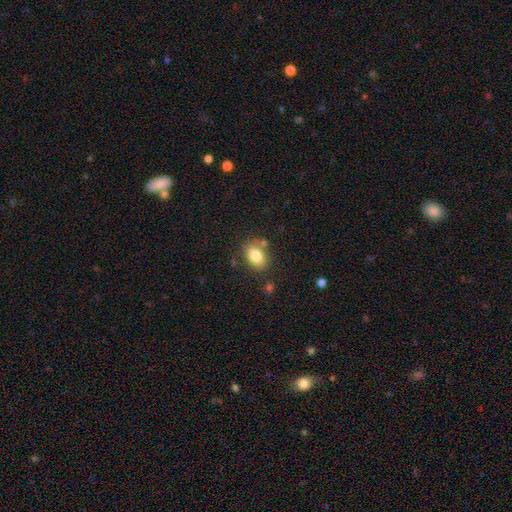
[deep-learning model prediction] This appears to be a smooth galaxy with no disk features (81%) that is in between round and cigar-shaped (77%). Merging: none (73%).